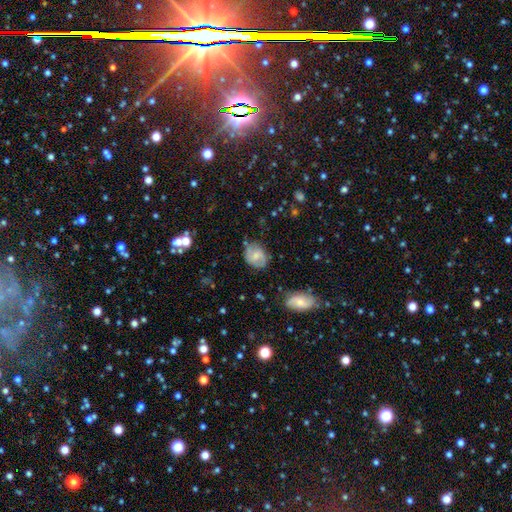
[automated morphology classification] The model was most divided on "smooth or featured": smooth: 49%, featured or disk: 42%, star or artifact: 9%. More confident: merging — none (68%).